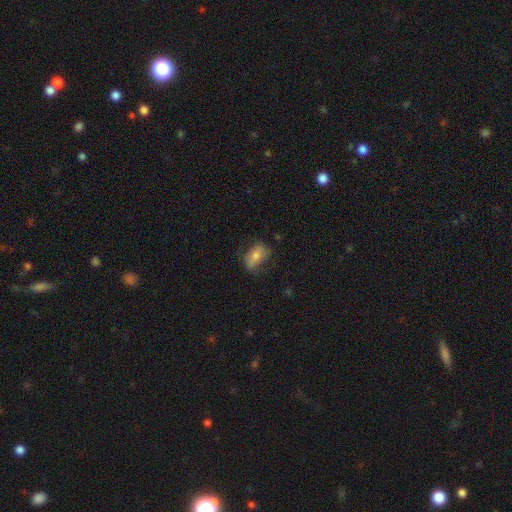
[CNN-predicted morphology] type=smooth (64%); roundness=in between (85%); merging=none (59%).